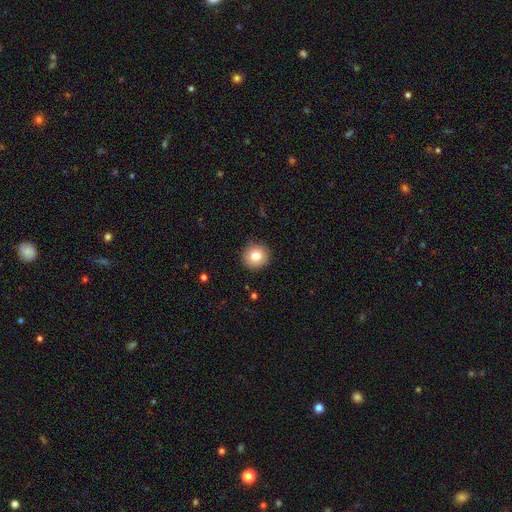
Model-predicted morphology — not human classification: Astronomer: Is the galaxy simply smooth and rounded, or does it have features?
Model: smooth — 79%.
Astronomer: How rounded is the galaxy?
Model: round — 94%.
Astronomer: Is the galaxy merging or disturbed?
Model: none — 90%.